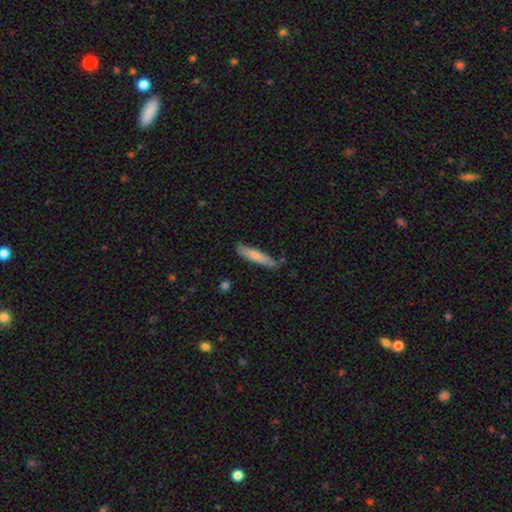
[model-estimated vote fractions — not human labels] Smooth or featured?
  - smooth: 77% *
  - featured or disk: 17%
  - star or artifact: 6%
How rounded?
  - cigar-shaped: 84% *
  - in between: 15%
  - round: 1%
Merging?
  - none: 73% *
  - minor disturbance: 20%
  - merger: 4%
  - major disturbance: 3%